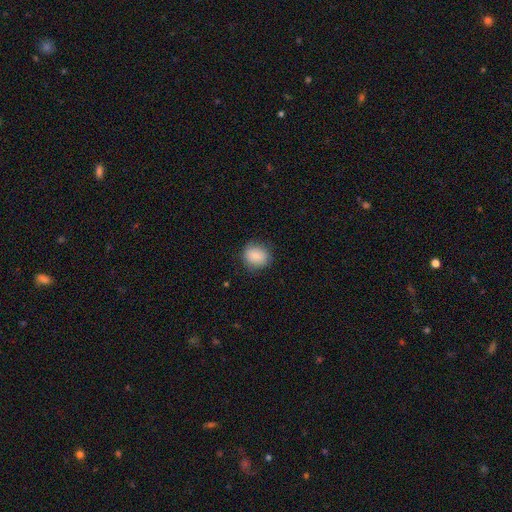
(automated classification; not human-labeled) Smooth or featured?
  - smooth: 85% *
  - star or artifact: 8%
  - featured or disk: 7%
How rounded?
  - round: 68% *
  - in between: 31%
  - cigar-shaped: 1%
Merging?
  - none: 81% *
  - minor disturbance: 14%
  - major disturbance: 4%
  - merger: 1%